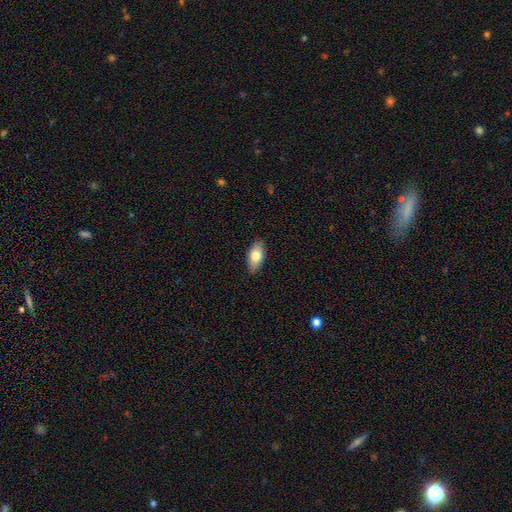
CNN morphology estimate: Smooth or featured?
  - smooth: 78% *
  - featured or disk: 16%
  - star or artifact: 6%
How rounded?
  - in between: 91% *
  - cigar-shaped: 6%
  - round: 3%
Merging?
  - none: 87% *
  - minor disturbance: 10%
  - major disturbance: 2%
  - merger: 1%